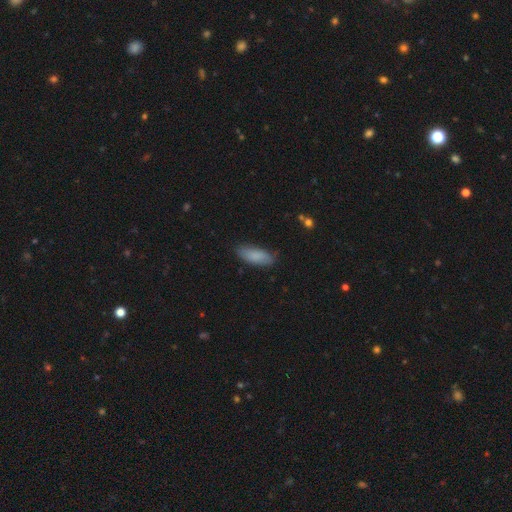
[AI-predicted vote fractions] Smooth or featured: smooth — 85% (featured or disk — 9%)
How rounded: in between — 73% (cigar-shaped — 25%)
Merging: none — 81% (minor disturbance — 15%)